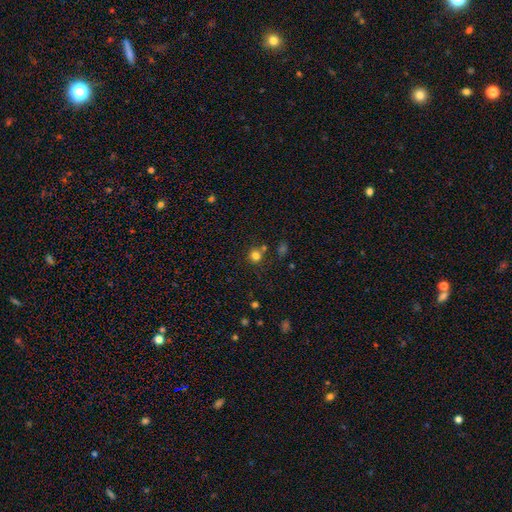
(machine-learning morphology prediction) smooth-or-featured: smooth: 79% | star or artifact: 15% | featured or disk: 6%
  how-rounded: round: 90% | in between: 9% | cigar-shaped: 1%
  merging: none: 71% | merger: 15% | minor disturbance: 11% | major disturbance: 4%